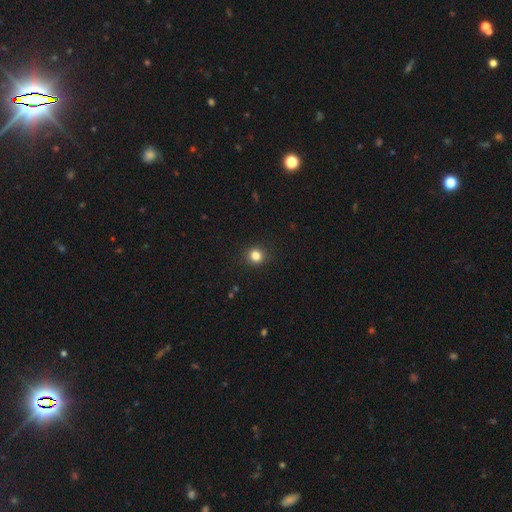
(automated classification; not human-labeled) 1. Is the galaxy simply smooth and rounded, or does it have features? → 83% smooth, 12% star or artifact, 5% featured or disk.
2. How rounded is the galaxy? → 87% round, 12% in between, 1% cigar-shaped.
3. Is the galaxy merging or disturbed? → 91% none, 6% minor disturbance, 2% major disturbance, 1% merger.